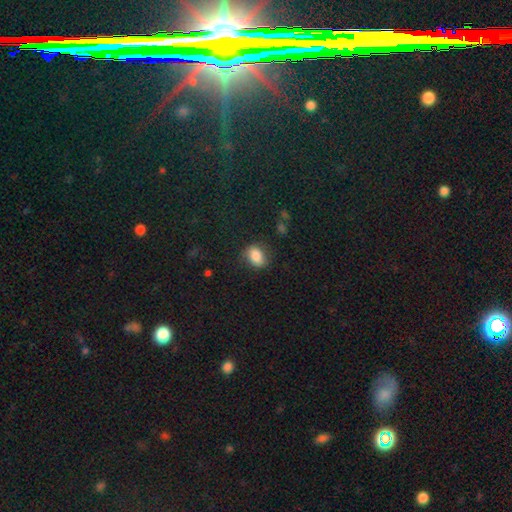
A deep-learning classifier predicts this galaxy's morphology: Overall: smooth (81%). How rounded: in between (76%). Merging: none (69%).